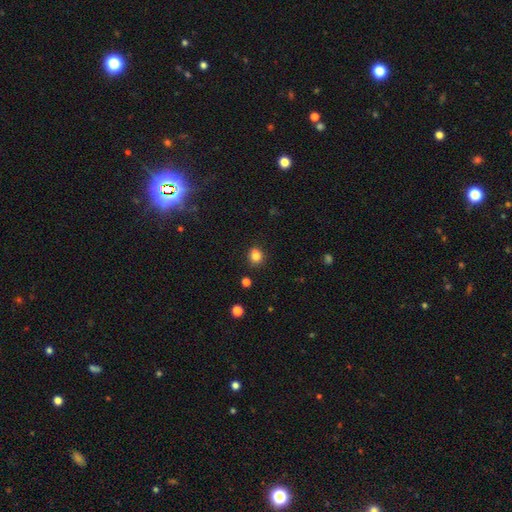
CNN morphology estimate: A smooth galaxy with no disk features (82%) that is round (73%).

Vote fractions:
- Smooth or featured? smooth: 82% / star or artifact: 12% / featured or disk: 6%
- How rounded? round: 73% / in between: 26% / cigar-shaped: 1%
- Merging? none: 78% / minor disturbance: 13% / merger: 6% / major disturbance: 3%